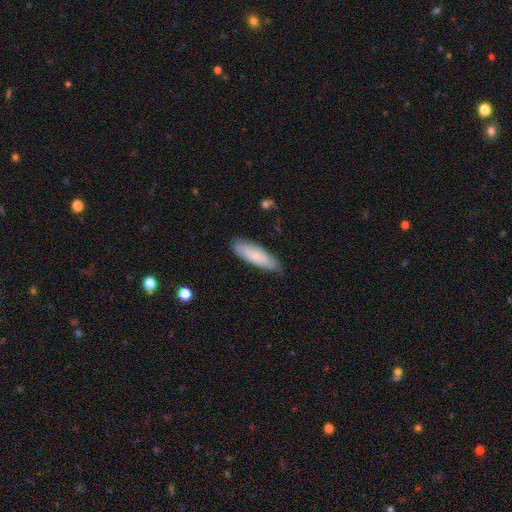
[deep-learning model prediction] smooth 66%, featured or disk 28%, star or artifact 6%. Down the decision tree: how rounded — cigar-shaped (50%); merging — none (80%).